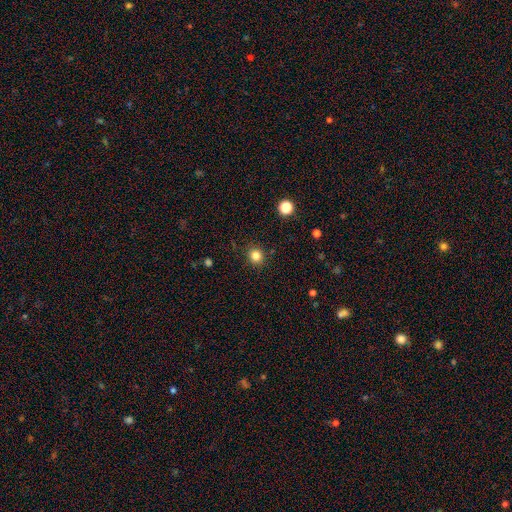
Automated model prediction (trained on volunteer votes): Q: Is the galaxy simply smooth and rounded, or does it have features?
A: smooth — 83%.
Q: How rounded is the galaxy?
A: round — 89%.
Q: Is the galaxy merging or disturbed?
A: none — 90%.